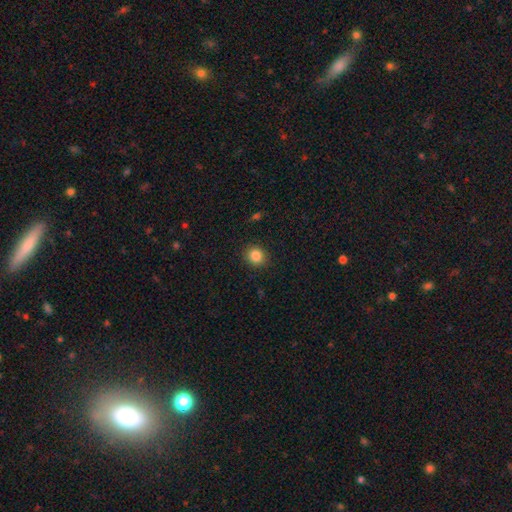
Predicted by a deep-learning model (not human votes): Smooth or featured?
  - smooth: 85% *
  - star or artifact: 10%
  - featured or disk: 4%
How rounded?
  - round: 82% *
  - in between: 17%
  - cigar-shaped: 1%
Merging?
  - none: 89% *
  - minor disturbance: 7%
  - major disturbance: 2%
  - merger: 1%